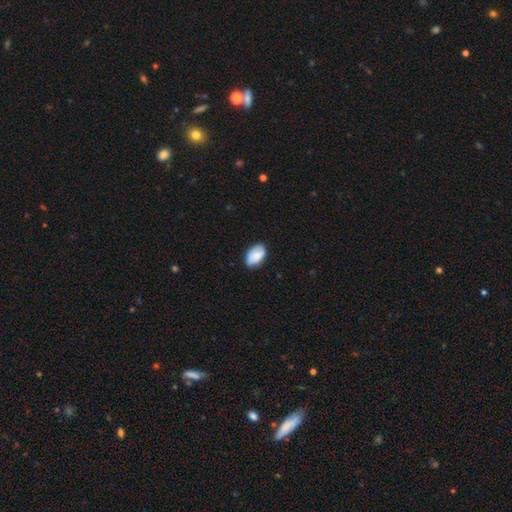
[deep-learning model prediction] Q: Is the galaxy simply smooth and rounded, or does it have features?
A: smooth — 81%.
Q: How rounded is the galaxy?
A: in between — 92%.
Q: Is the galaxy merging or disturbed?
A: none — 81%.